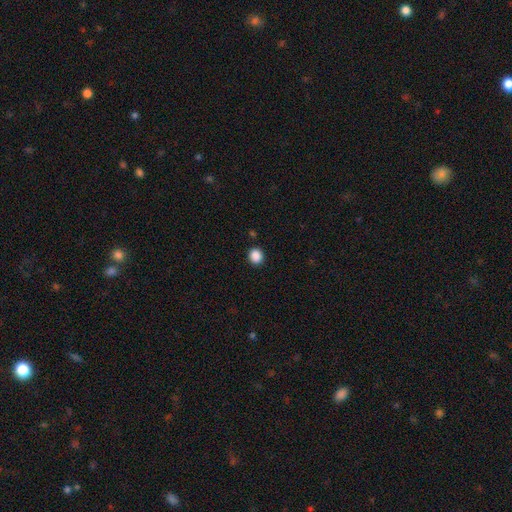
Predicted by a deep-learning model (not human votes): smooth 88%, star or artifact 10%, featured or disk 2%. Down the decision tree: how rounded — round (80%); merging — none (90%).